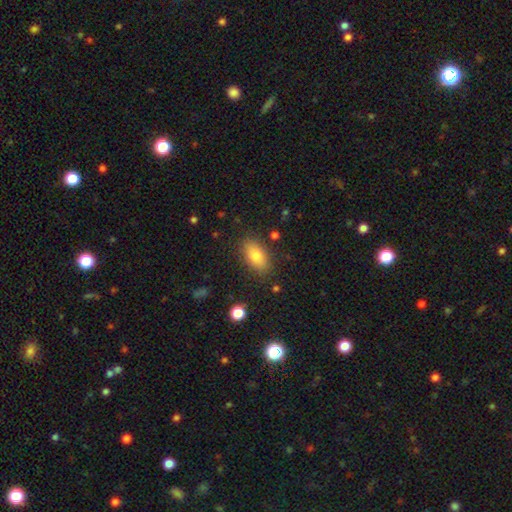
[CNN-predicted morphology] smooth 80%, featured or disk 12%, star or artifact 8%. Down the decision tree: how rounded — in between (89%); merging — none (84%).